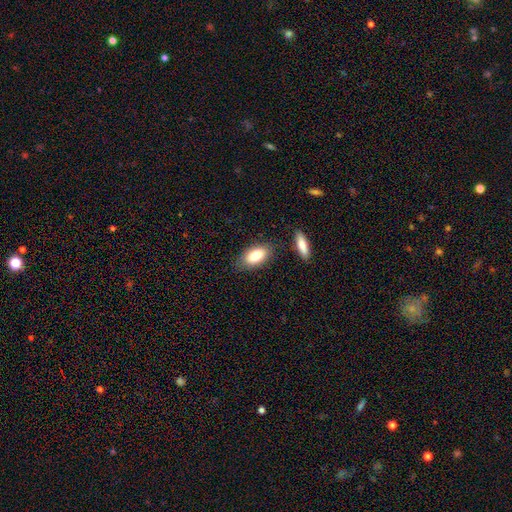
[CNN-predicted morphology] Q: Smooth or featured?
A: smooth (84%); runner-up: featured or disk (10%)
Q: How rounded?
A: in between (91%); runner-up: cigar-shaped (6%)
Q: Merging?
A: none (80%); runner-up: minor disturbance (12%)